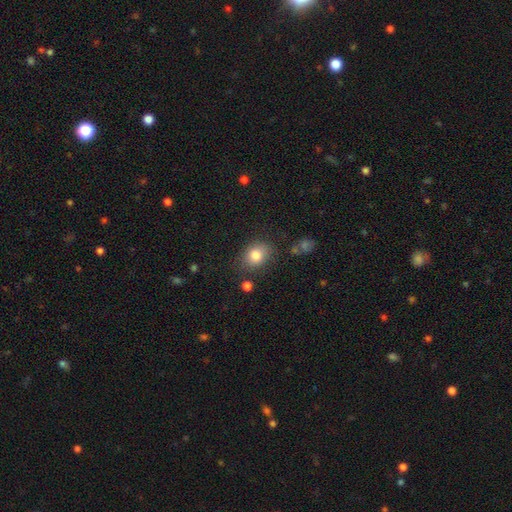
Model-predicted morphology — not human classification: The model was most divided on "how rounded": in between: 55%, round: 44%, cigar-shaped: 1%. More confident: smooth or featured — smooth (82%); merging — none (75%).